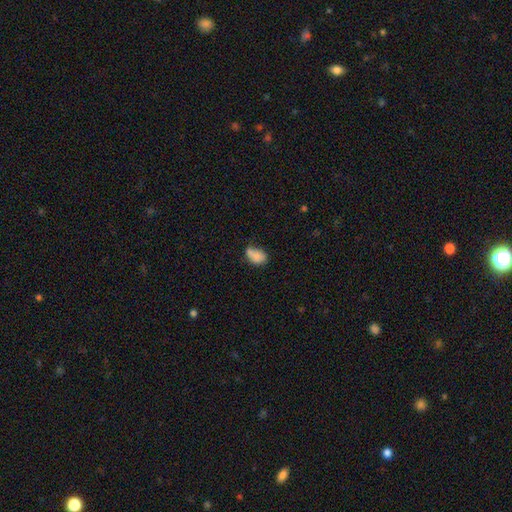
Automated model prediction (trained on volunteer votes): smooth 78%, featured or disk 14%, star or artifact 9%. Down the decision tree: how rounded — in between (83%); merging — none (40%).